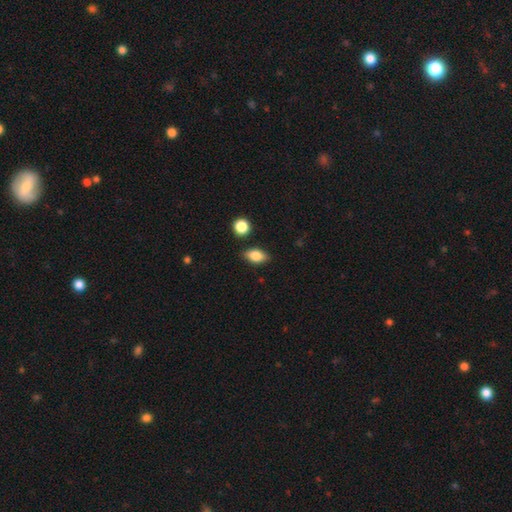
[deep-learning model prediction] This appears to be a smooth galaxy with no disk features (81%) that is in between round and cigar-shaped (85%). Merging: none (83%).